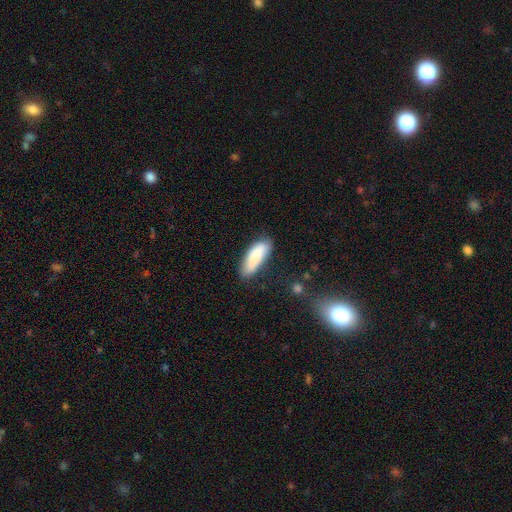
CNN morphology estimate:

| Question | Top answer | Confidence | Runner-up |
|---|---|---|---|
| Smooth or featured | smooth | 84% | featured or disk (10%) |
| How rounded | in between | 62% | cigar-shaped (37%) |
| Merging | none | 74% | minor disturbance (20%) |